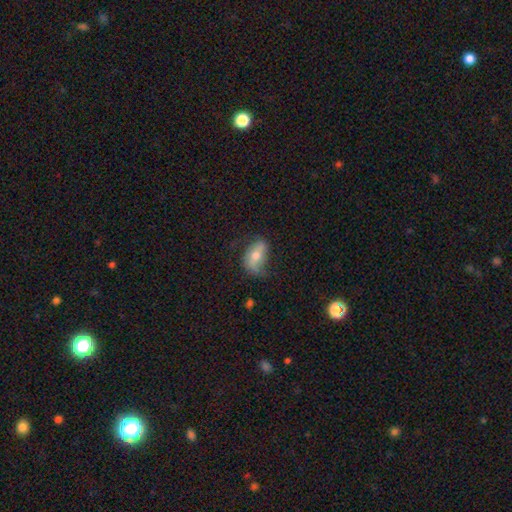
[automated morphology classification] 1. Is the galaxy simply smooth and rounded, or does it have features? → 48% smooth, 44% featured or disk, 8% star or artifact.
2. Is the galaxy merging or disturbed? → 58% none, 28% minor disturbance, 12% major disturbance, 2% merger.